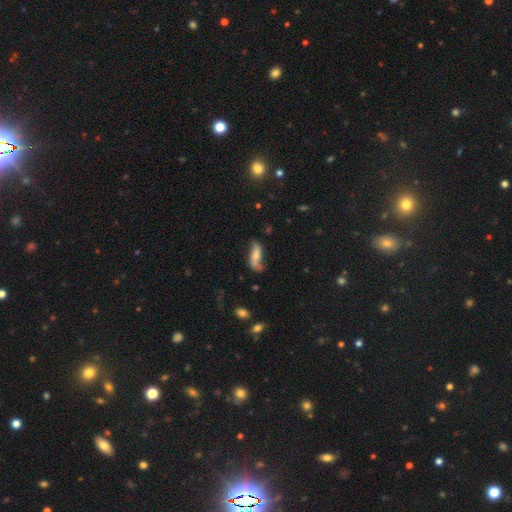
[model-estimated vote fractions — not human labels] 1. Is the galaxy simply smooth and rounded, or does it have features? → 66% featured or disk, 26% smooth, 8% star or artifact.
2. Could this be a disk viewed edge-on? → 83% no, 17% yes.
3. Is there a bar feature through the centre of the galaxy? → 51% no, 30% weak, 18% strong.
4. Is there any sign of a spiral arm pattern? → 87% yes, 13% no.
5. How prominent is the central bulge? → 42% small, 41% moderate, 10% none, 5% large, 2% dominant.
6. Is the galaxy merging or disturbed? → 60% none, 24% minor disturbance, 12% major disturbance, 4% merger.